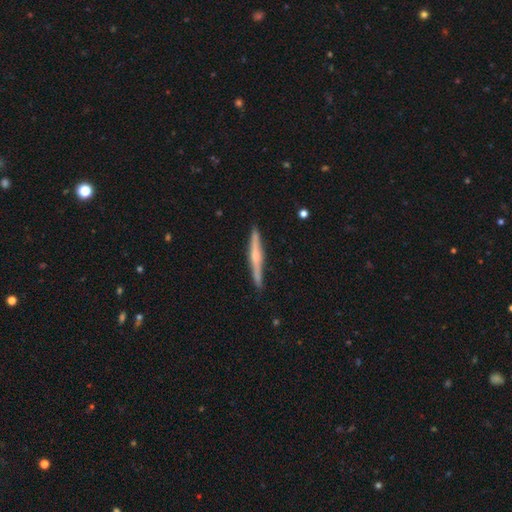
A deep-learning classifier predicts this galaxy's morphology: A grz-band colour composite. It shows a featured or disk galaxy (66%) viewed edge-on (98%) with a rounded central bulge (63%). Merging: none (89%).